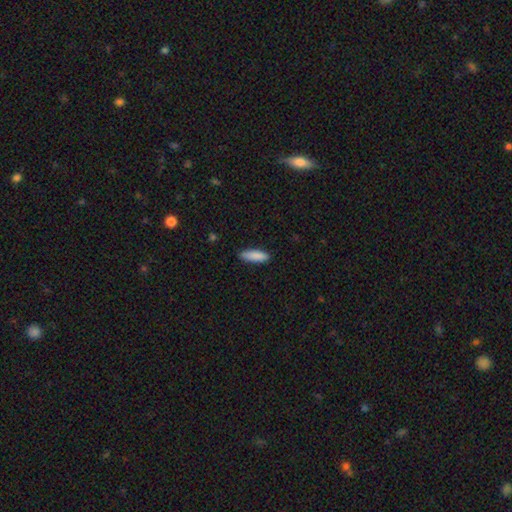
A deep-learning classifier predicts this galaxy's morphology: Smooth or featured?
  - smooth: 89% *
  - star or artifact: 6%
  - featured or disk: 5%
How rounded?
  - cigar-shaped: 51% *
  - in between: 48%
  - round: 2%
Merging?
  - none: 87% *
  - minor disturbance: 10%
  - major disturbance: 2%
  - merger: 1%